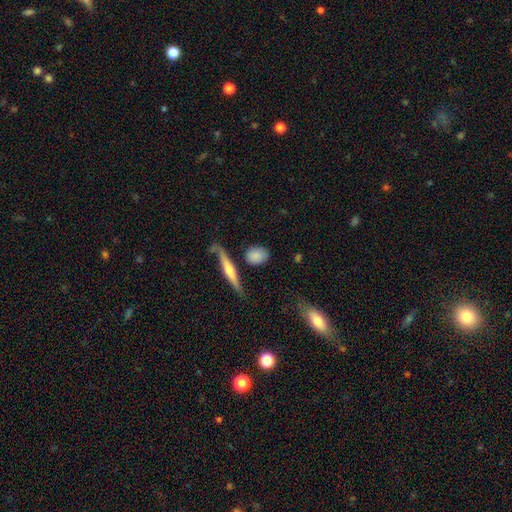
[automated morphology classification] Smooth or featured?
  - smooth: 78% *
  - featured or disk: 15%
  - star or artifact: 7%
How rounded?
  - in between: 49% *
  - round: 40%
  - cigar-shaped: 10%
Merging?
  - none: 73% *
  - minor disturbance: 15%
  - merger: 7%
  - major disturbance: 5%